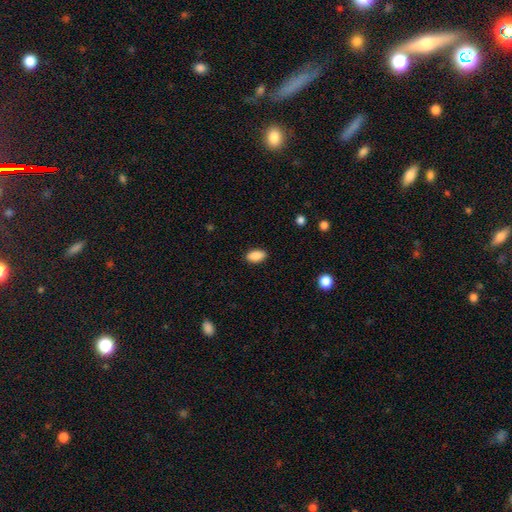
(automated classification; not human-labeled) smooth-or-featured: smooth: 88% | star or artifact: 7% | featured or disk: 5%
  how-rounded: in between: 92% | round: 4% | cigar-shaped: 4%
  merging: none: 88% | minor disturbance: 9% | major disturbance: 2% | merger: 1%